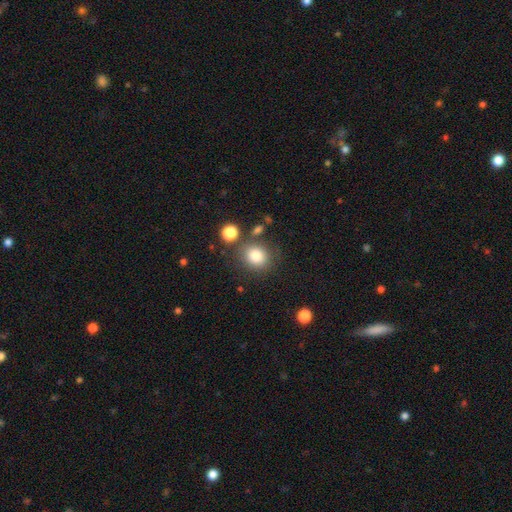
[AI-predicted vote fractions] Smooth or featured?
  - smooth: 82% *
  - star or artifact: 10%
  - featured or disk: 7%
How rounded?
  - round: 70% *
  - in between: 29%
  - cigar-shaped: 1%
Merging?
  - none: 74% *
  - minor disturbance: 12%
  - merger: 9%
  - major disturbance: 5%